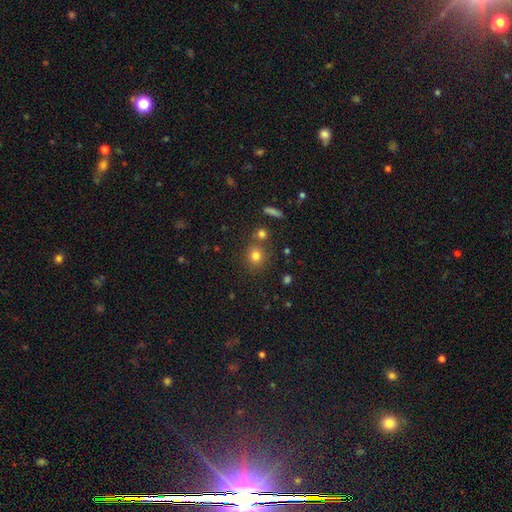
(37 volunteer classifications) Q: Smooth or featured?
A: smooth (89%); runner-up: featured or disk (11%)
Q: How rounded?
A: round (85%); runner-up: in between (15%)
Q: Merging?
A: none (70%); runner-up: merger (19%)